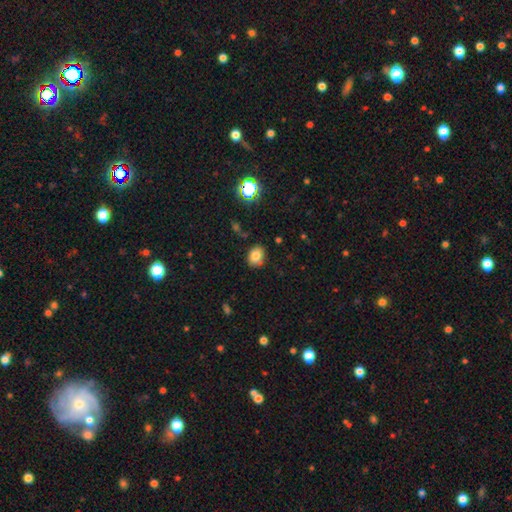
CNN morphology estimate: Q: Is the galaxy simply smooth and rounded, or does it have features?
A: smooth — 79%.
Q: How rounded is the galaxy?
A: in between — 51%.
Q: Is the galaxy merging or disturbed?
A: none — 81%.